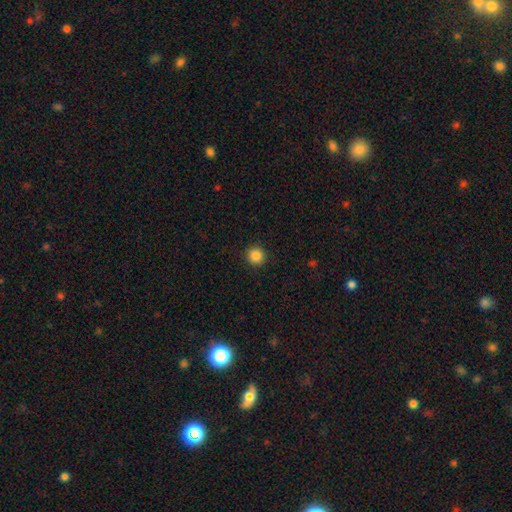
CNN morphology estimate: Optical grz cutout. It shows a smooth galaxy with no disk features (87%) that is round (95%). Merging: none (92%).